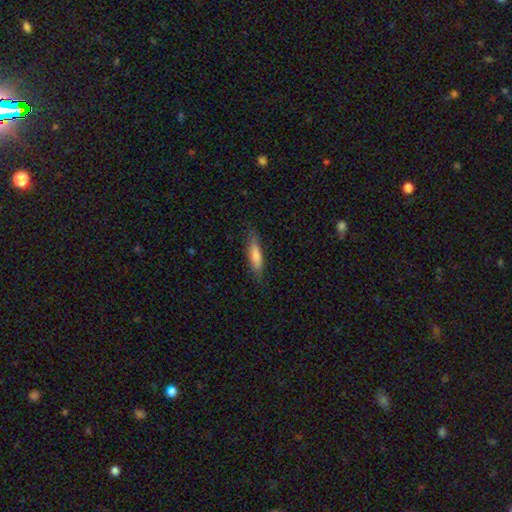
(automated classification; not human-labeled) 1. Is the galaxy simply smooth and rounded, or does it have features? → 76% smooth, 18% featured or disk, 6% star or artifact.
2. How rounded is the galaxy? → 73% cigar-shaped, 25% in between, 1% round.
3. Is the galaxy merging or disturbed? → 82% none, 14% minor disturbance, 3% major disturbance, 1% merger.